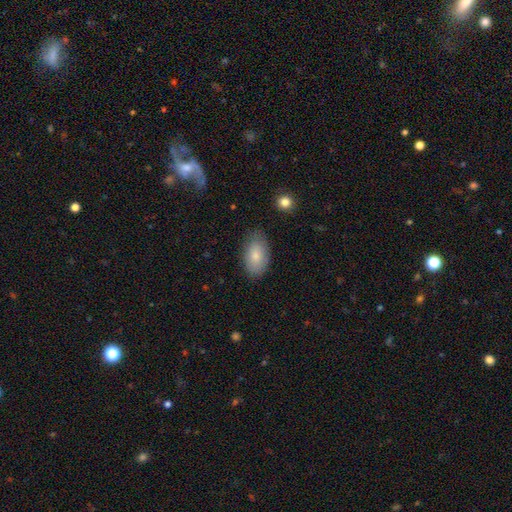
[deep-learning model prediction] This is clearly a smooth galaxy (82%). How rounded: clearly in between (93%). Merging: likely none (77%).